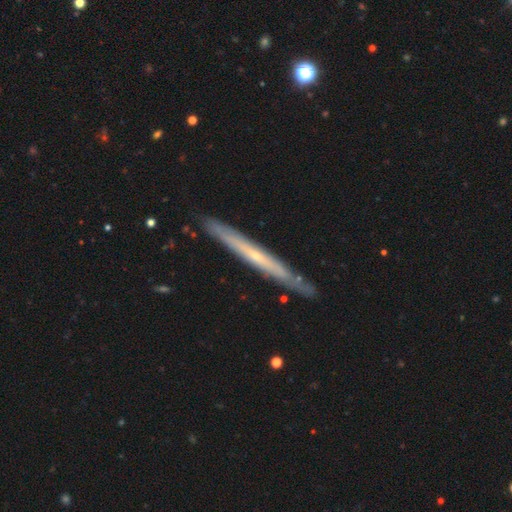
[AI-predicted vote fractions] Smooth or featured?
  - featured or disk: 70% *
  - smooth: 24%
  - star or artifact: 6%
Edge-on disk?
  - yes: 90% *
  - no: 10%
Edge-on bulge?
  - none: 58% *
  - rounded: 39%
  - boxy: 3%
Merging?
  - none: 84% *
  - minor disturbance: 13%
  - major disturbance: 2%
  - merger: 2%